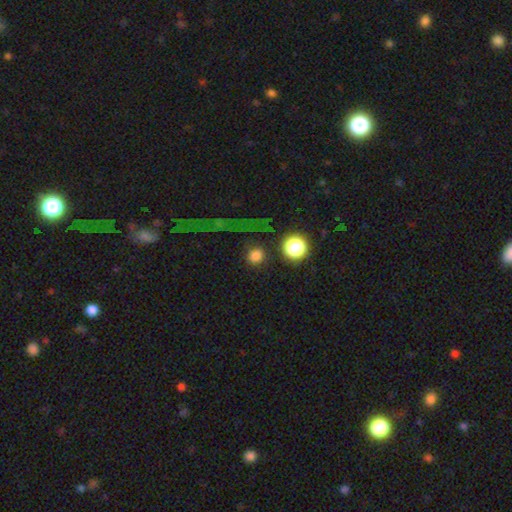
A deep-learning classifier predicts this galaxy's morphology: smooth 76%, star or artifact 18%, featured or disk 6%. Down the decision tree: how rounded — round (91%); merging — none (84%).